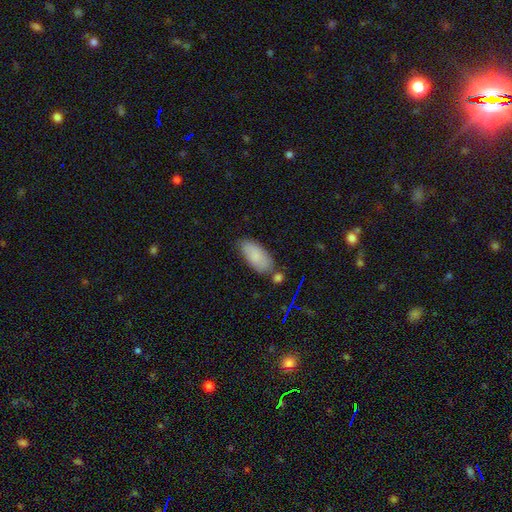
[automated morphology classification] Q: Smooth or featured?
A: smooth (84%); runner-up: featured or disk (9%)
Q: How rounded?
A: in between (90%); runner-up: cigar-shaped (8%)
Q: Merging?
A: none (66%); runner-up: minor disturbance (21%)